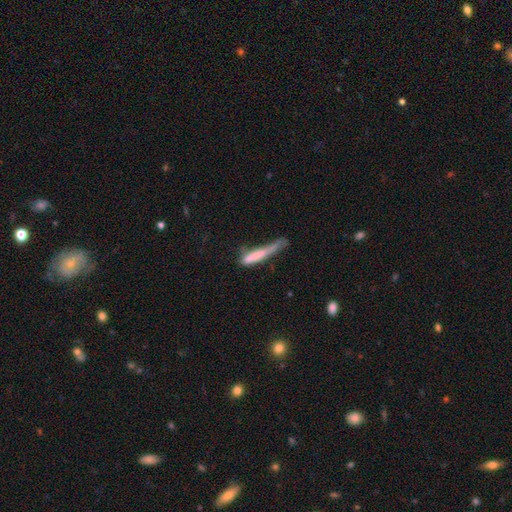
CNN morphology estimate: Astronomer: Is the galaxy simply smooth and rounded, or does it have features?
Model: smooth — 67%.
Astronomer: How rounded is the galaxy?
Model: cigar-shaped — 92%.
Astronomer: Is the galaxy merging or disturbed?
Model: none — 36% (runner-up: minor disturbance, 31%).